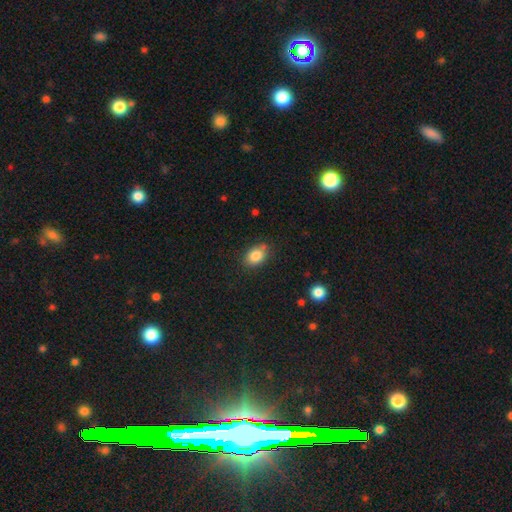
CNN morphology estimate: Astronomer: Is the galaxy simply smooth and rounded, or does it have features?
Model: smooth — 84%.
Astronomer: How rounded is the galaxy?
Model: in between — 76%.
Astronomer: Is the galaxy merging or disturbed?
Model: none — 76%.